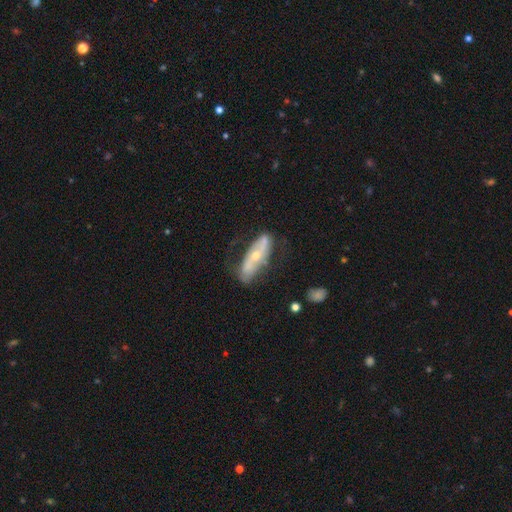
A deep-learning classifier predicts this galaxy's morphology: smooth-or-featured: featured or disk: 65% | smooth: 28% | star or artifact: 7%
  disk-edge-on: no: 71% | yes: 29%
  merging: none: 62% | minor disturbance: 24% | major disturbance: 11% | merger: 3%